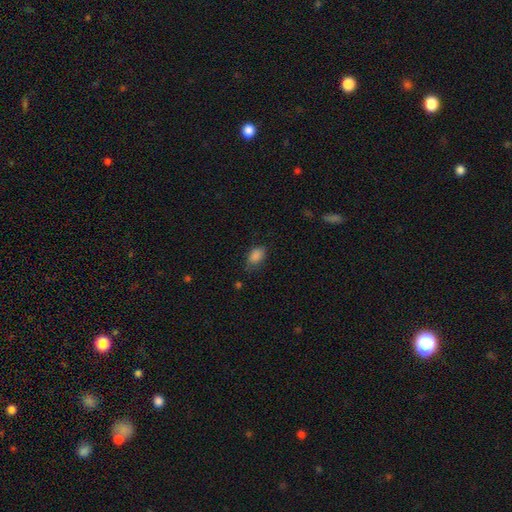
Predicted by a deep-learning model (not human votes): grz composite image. It shows a smooth galaxy with no disk features (86%) that is in between round and cigar-shaped (86%). Merging: none (70%).